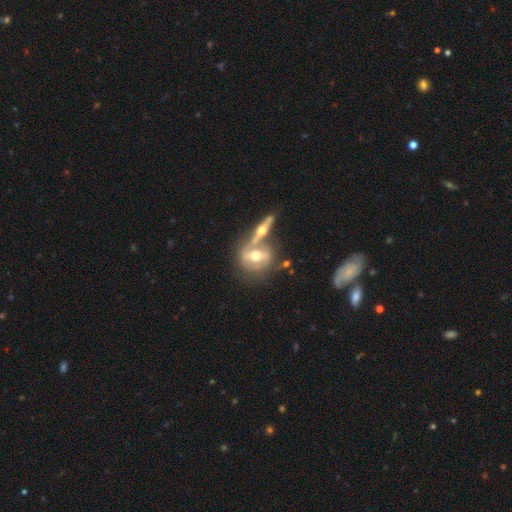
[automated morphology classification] A featured or disk galaxy (67%). Merging: none (42%).